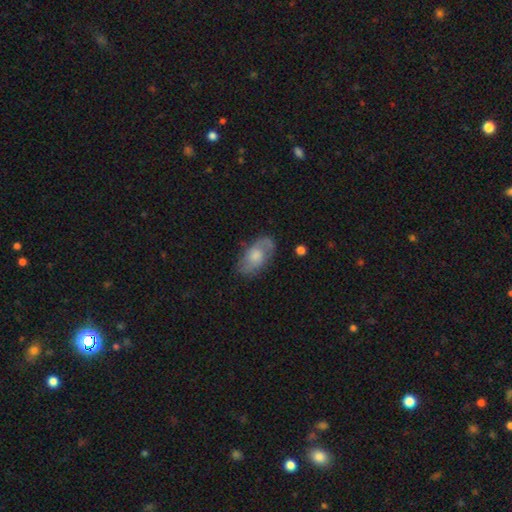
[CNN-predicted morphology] Smooth or featured? Predicted: featured or disk (p=0.60). Edge-on disk? Predicted: no (p=0.94). Bar? Predicted: no (p=0.69). Spiral arms? Predicted: yes (p=0.83). Bulge size? Predicted: moderate (p=0.44). Merging? Predicted: none (p=0.75).